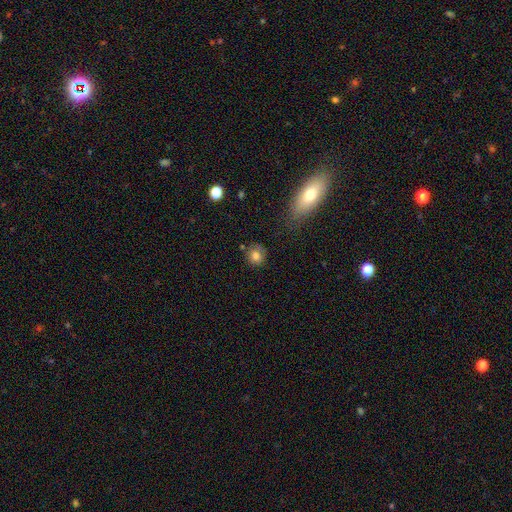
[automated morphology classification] A smooth galaxy with no disk features (80%) that is round (84%). Merging: none (75%).